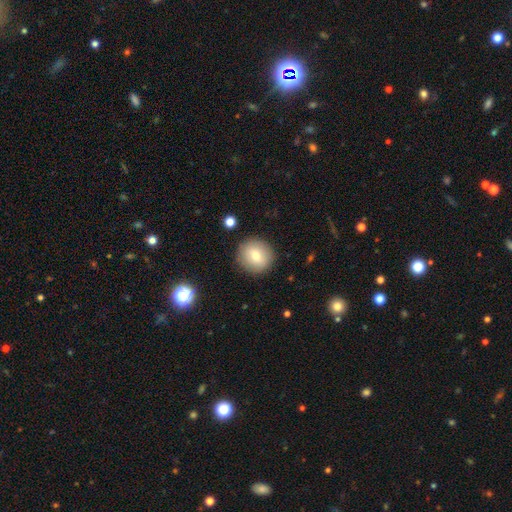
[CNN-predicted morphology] Smooth or featured: smooth — 77% (featured or disk — 14%)
How rounded: round — 91% (in between — 8%)
Merging: none — 89% (minor disturbance — 8%)